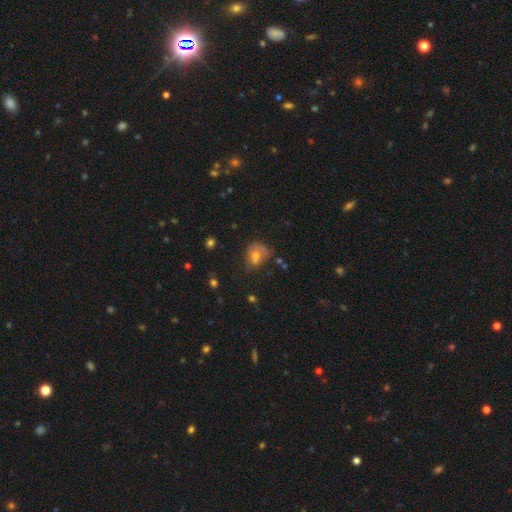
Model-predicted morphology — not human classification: Overall: smooth (60%; featured or disk 23%). How rounded: round (53%; in between 45%). Merging: none (42%; minor disturbance 28%).